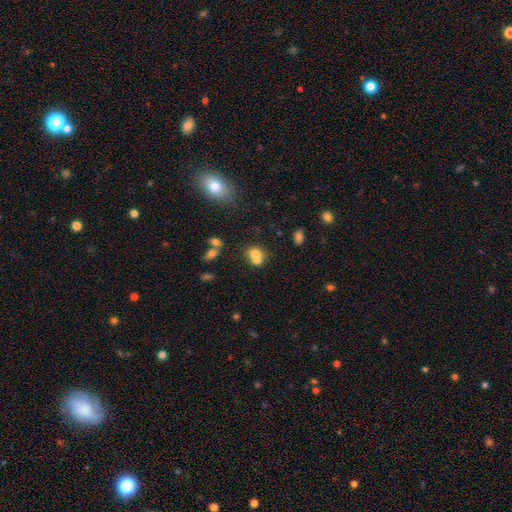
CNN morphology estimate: The model was most divided on "how rounded": round: 56%, in between: 43%, cigar-shaped: 1%. More confident: smooth or featured — smooth (68%); merging — merger (64%).